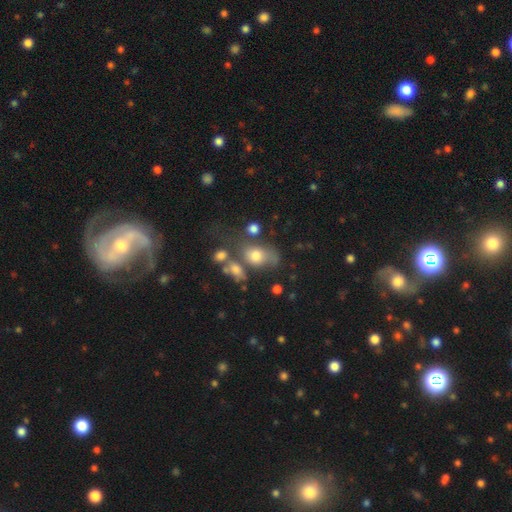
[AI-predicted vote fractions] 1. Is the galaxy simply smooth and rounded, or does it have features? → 67% smooth, 20% featured or disk, 14% star or artifact.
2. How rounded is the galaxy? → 74% in between, 24% round, 2% cigar-shaped.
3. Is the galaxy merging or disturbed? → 29% none (tied), 29% merger (tied), 22% major disturbance, 19% minor disturbance.